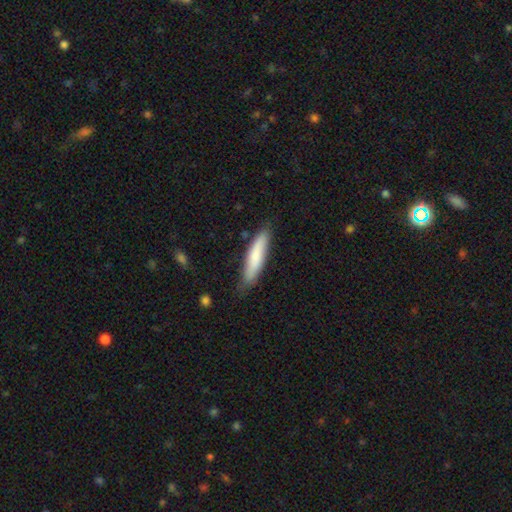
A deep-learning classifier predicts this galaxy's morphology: smooth-or-featured: smooth: 74% | featured or disk: 21% | star or artifact: 5%
  how-rounded: cigar-shaped: 82% | in between: 16% | round: 1%
  merging: none: 77% | minor disturbance: 18% | major disturbance: 3% | merger: 2%